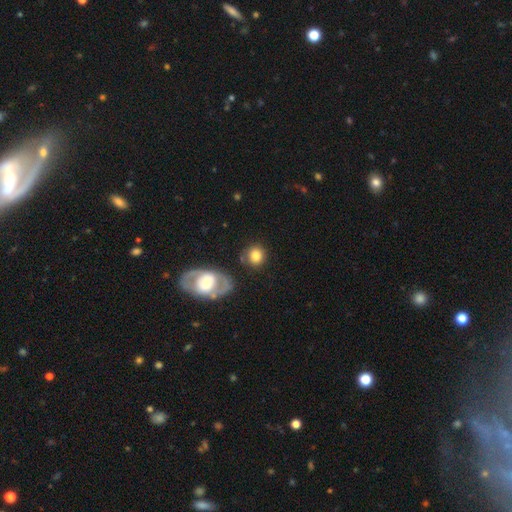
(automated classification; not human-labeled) Morphology: type=smooth (77%); roundness=round (87%); merging=none (75%).